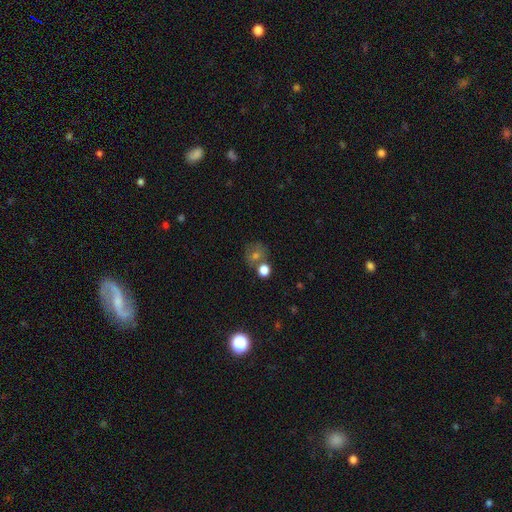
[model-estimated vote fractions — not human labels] smooth 59%, star or artifact 25%, featured or disk 17%. Down the decision tree: how rounded — round (80%); merging — none (61%).